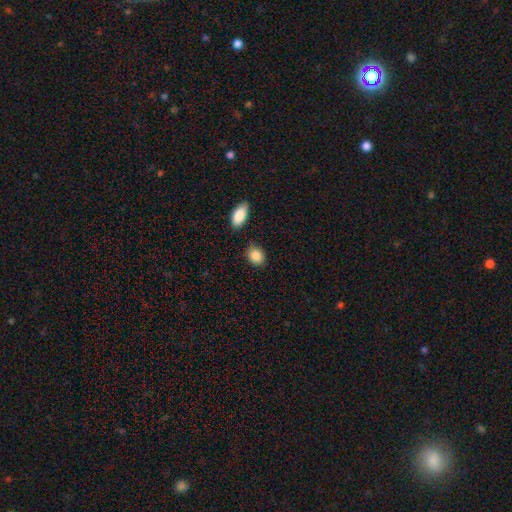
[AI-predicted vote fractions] smooth-or-featured: smooth: 87% | star or artifact: 8% | featured or disk: 5%
  how-rounded: in between: 54% | round: 44% | cigar-shaped: 2%
  merging: none: 79% | minor disturbance: 13% | merger: 5% | major disturbance: 3%